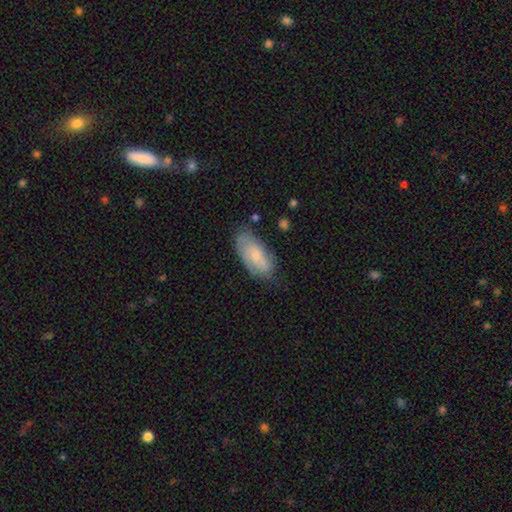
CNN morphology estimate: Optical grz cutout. It shows a smooth galaxy with no disk features (65%) that is in between round and cigar-shaped (88%). Merging: none (61%).